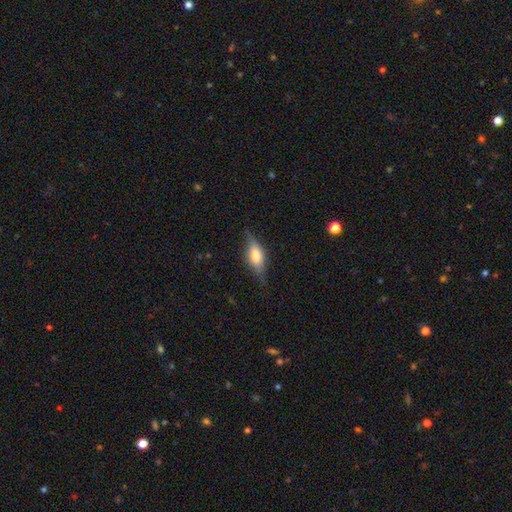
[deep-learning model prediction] Smooth or featured: smooth — 55% (featured or disk — 38%)
How rounded: in between — 73% (cigar-shaped — 22%)
Merging: none — 72% (minor disturbance — 21%)